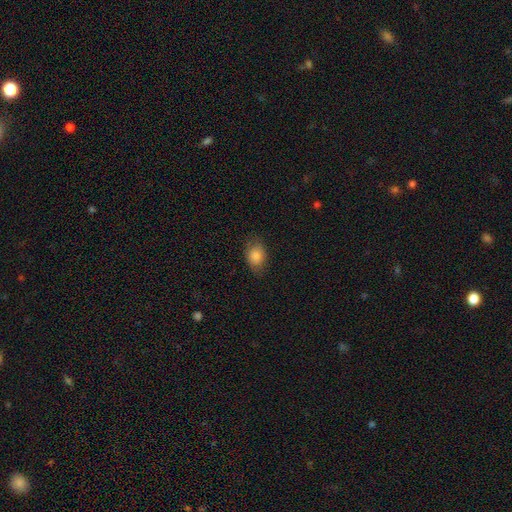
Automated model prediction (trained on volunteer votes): Overall: smooth (83%). How rounded: in between (66%; round 33%). Merging: none (74%).